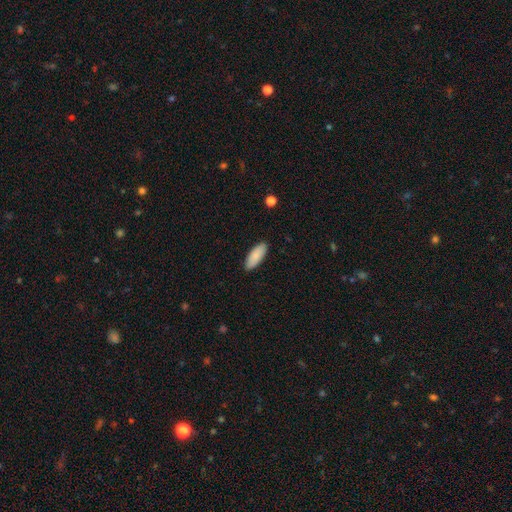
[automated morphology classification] A smooth galaxy with no disk features (88%) that is in between round and cigar-shaped (80%).

Vote fractions:
- Smooth or featured? smooth: 88% / featured or disk: 6% / star or artifact: 6%
- How rounded? in between: 80% / cigar-shaped: 19% / round: 2%
- Merging? none: 89% / minor disturbance: 9% / major disturbance: 2% / merger: 1%